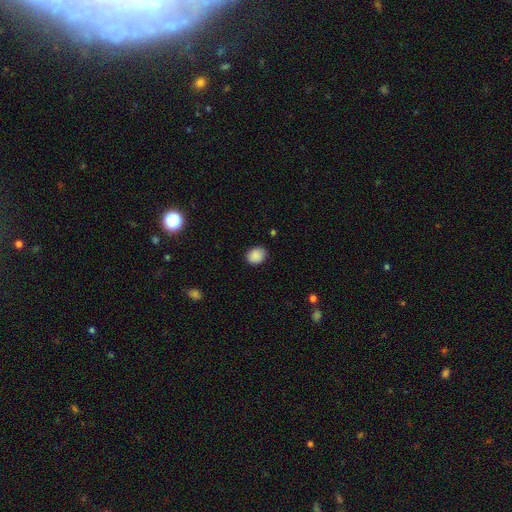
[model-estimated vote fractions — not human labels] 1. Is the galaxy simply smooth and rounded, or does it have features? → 88% smooth, 8% star or artifact, 4% featured or disk.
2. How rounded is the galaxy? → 56% round, 43% in between, 1% cigar-shaped.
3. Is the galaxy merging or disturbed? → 83% none, 14% minor disturbance, 3% major disturbance, 1% merger.